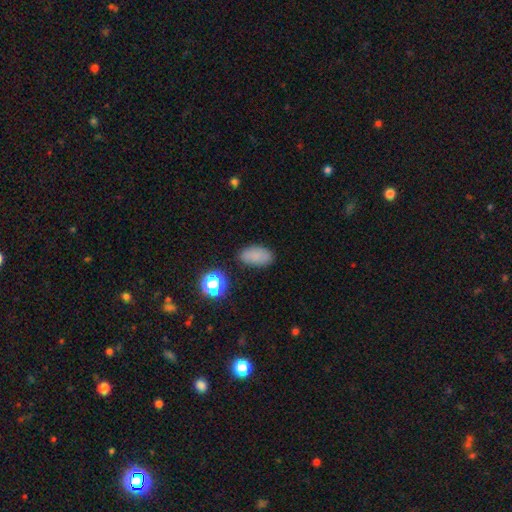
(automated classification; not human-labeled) smooth 80%, star or artifact 12%, featured or disk 8%. Down the decision tree: how rounded — in between (91%); merging — none (79%).